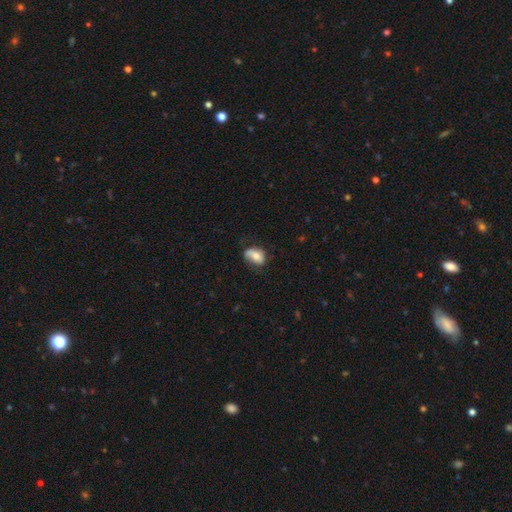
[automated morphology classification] Smooth or featured: smooth — 62% (featured or disk — 30%)
How rounded: in between — 82% (round — 16%)
Merging: none — 50% (minor disturbance — 32%)